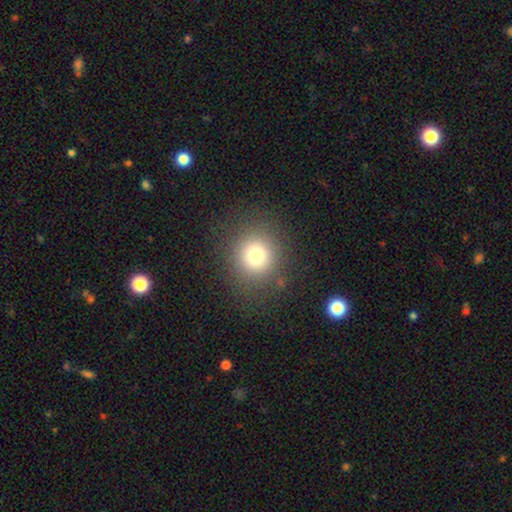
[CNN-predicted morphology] Smooth or featured? Predicted: smooth (p=0.75). How rounded? Predicted: round (p=0.92). Merging? Predicted: none (p=0.86).